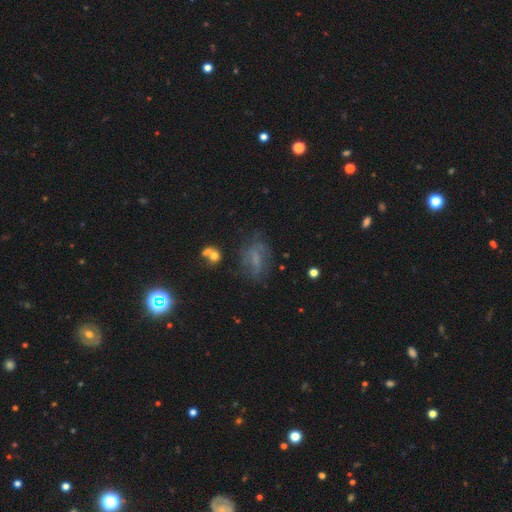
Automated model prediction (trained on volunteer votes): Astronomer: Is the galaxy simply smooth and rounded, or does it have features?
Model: featured or disk — 42% (runner-up: smooth, 36%).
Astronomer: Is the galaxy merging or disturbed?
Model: none — 58%.